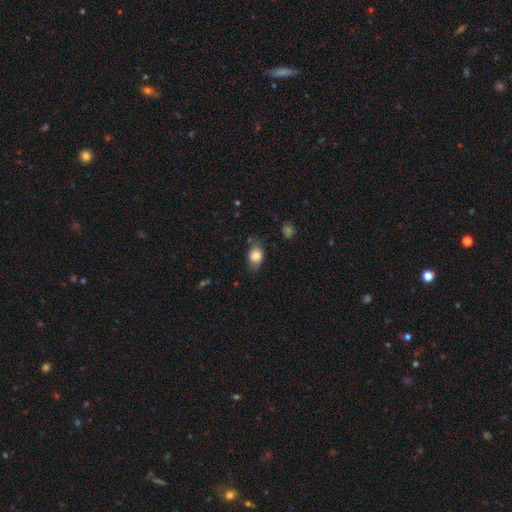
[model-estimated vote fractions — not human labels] Overall: smooth (79%). How rounded: in between (73%). Merging: none (66%).